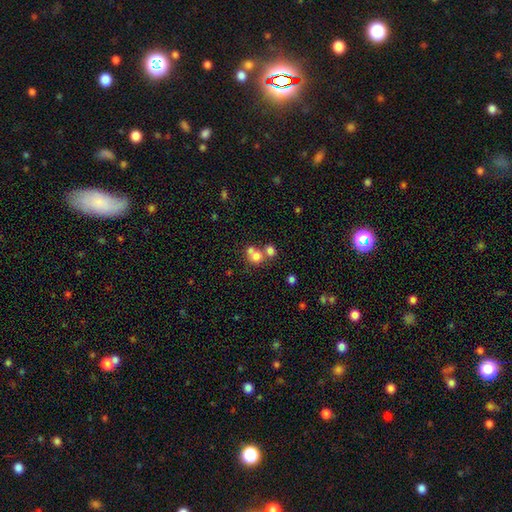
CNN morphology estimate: A smooth galaxy with no disk features (72%) that is round (76%).

Vote fractions:
- Smooth or featured? smooth: 72% / featured or disk: 15% / star or artifact: 13%
- How rounded? round: 76% / in between: 23% / cigar-shaped: 1%
- Merging? merger: 55% / none: 35% / minor disturbance: 7% / major disturbance: 4%